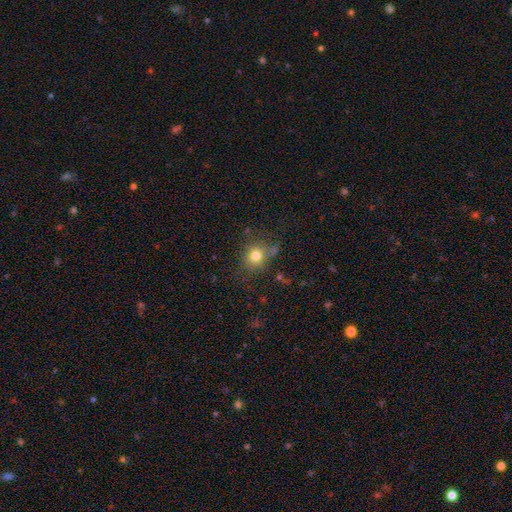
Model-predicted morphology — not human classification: Smooth or featured? Predicted: smooth (p=0.76). How rounded? Predicted: round (p=0.78). Merging? Predicted: none (p=0.72).